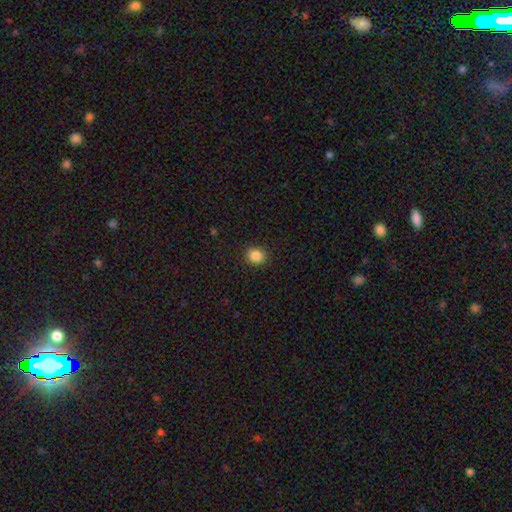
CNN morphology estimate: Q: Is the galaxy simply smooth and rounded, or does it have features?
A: smooth — 86%.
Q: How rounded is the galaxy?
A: round — 77%.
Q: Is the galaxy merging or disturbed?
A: none — 91%.